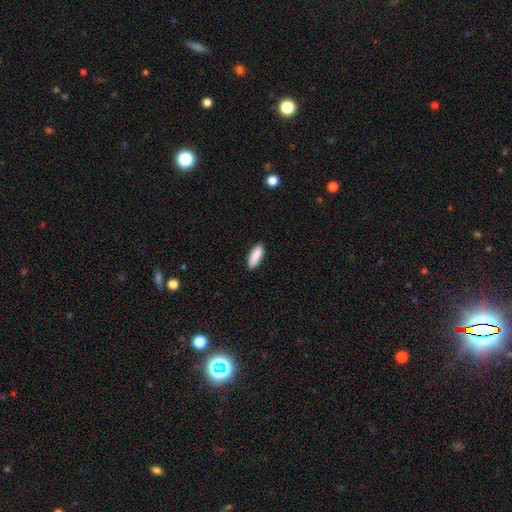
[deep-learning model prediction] This is clearly a smooth galaxy (90%). How rounded: likely in between (69%). Merging: clearly none (89%).